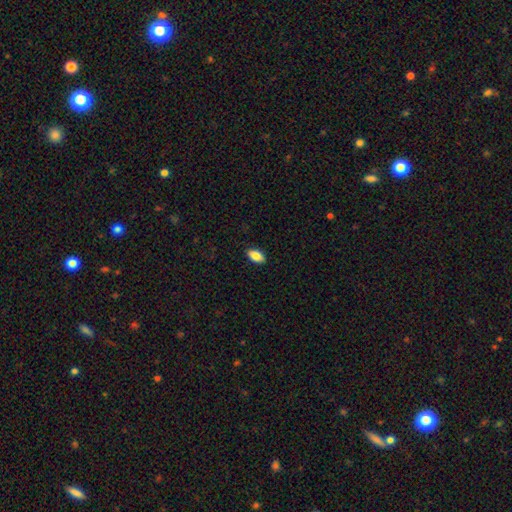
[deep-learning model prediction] This appears to be a smooth galaxy with no disk features (85%) that is in between round and cigar-shaped (92%). Merging: none (89%).